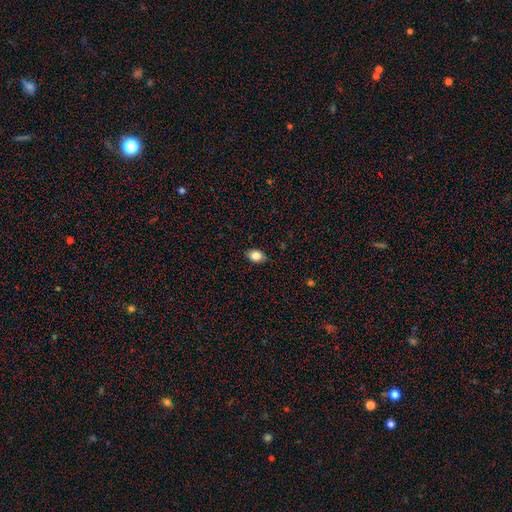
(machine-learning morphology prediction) A smooth galaxy with no disk features (85%) that is in between round and cigar-shaped (76%).

Vote fractions:
- Smooth or featured? smooth: 85% / star or artifact: 9% / featured or disk: 6%
- How rounded? in between: 76% / round: 23% / cigar-shaped: 1%
- Merging? none: 85% / minor disturbance: 12% / major disturbance: 2% / merger: 1%